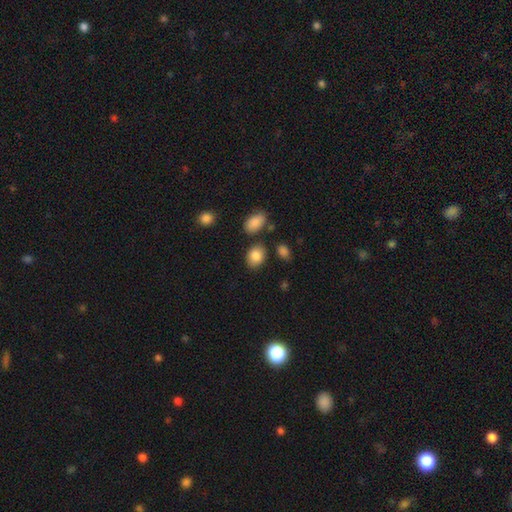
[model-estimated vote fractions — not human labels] Overall: smooth (86%). How rounded: in between (73%). Merging: none (79%).